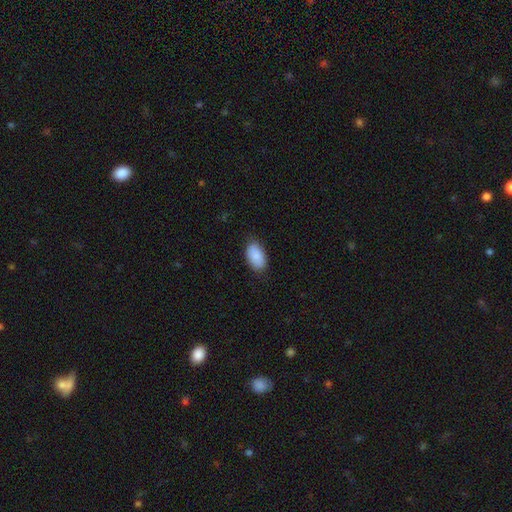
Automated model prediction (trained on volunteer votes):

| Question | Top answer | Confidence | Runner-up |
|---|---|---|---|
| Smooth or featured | smooth | 89% | star or artifact (6%) |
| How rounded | in between | 94% | round (4%) |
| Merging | none | 82% | minor disturbance (14%) |